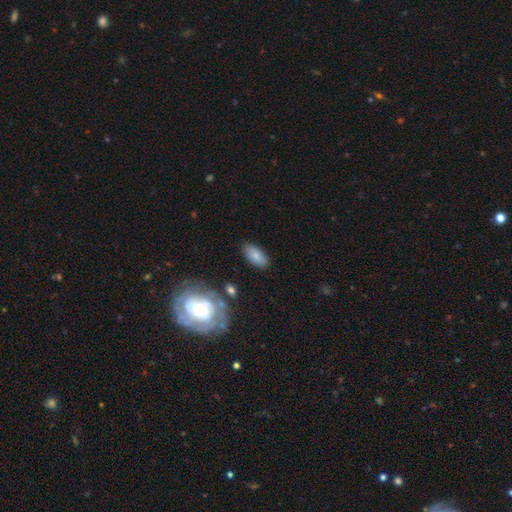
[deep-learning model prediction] Morphology: type=smooth (81%); roundness=in between (92%); merging=none (84%).